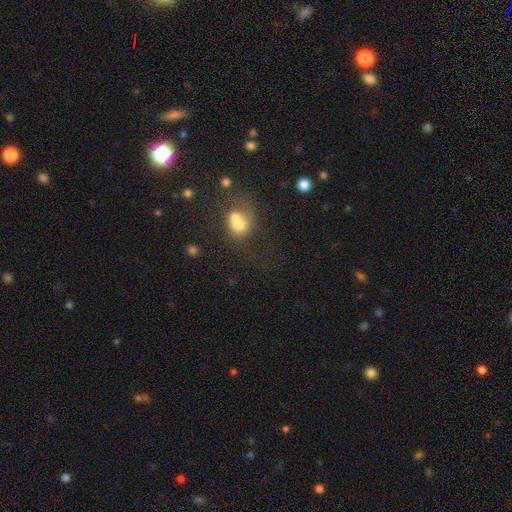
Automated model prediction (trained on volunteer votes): The model was most divided on "how rounded": round: 56%, in between: 42%, cigar-shaped: 2%. More confident: merging — none (59%); smooth or featured — smooth (54%).